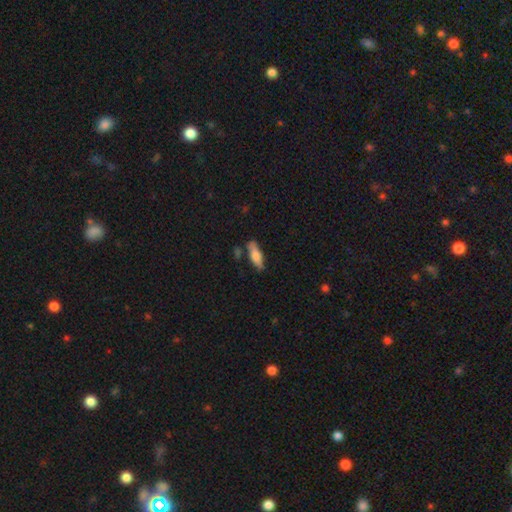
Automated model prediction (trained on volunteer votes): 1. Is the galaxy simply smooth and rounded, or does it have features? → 71% smooth, 23% featured or disk, 6% star or artifact.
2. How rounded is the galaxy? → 51% in between, 47% cigar-shaped, 2% round.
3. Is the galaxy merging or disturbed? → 75% none, 16% minor disturbance, 6% merger, 3% major disturbance.